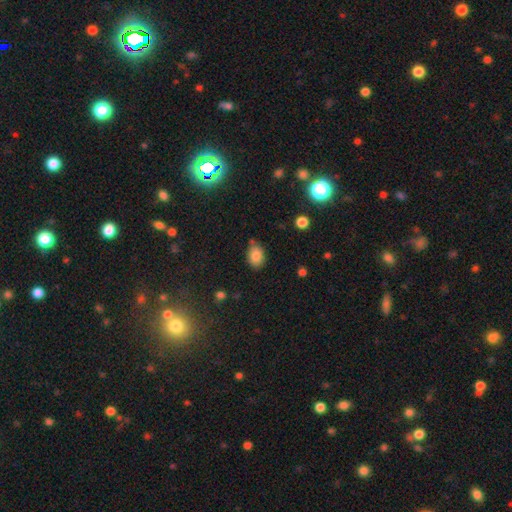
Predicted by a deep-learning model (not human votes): Smooth or featured? Predicted: smooth (p=0.84). How rounded? Predicted: in between (p=0.77). Merging? Predicted: none (p=0.70).